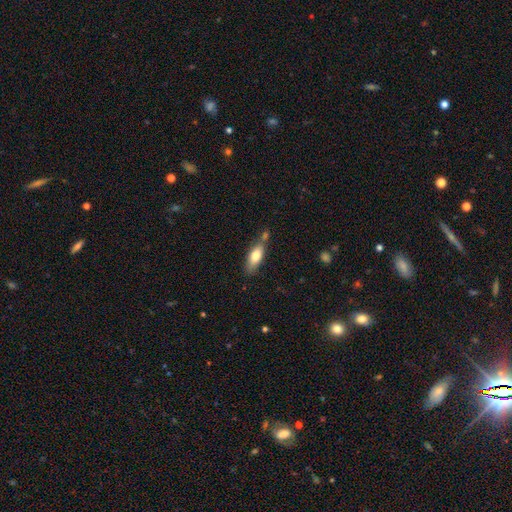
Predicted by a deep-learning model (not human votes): smooth 71%, featured or disk 23%, star or artifact 6%. Down the decision tree: how rounded — in between (69%); merging — none (57%).